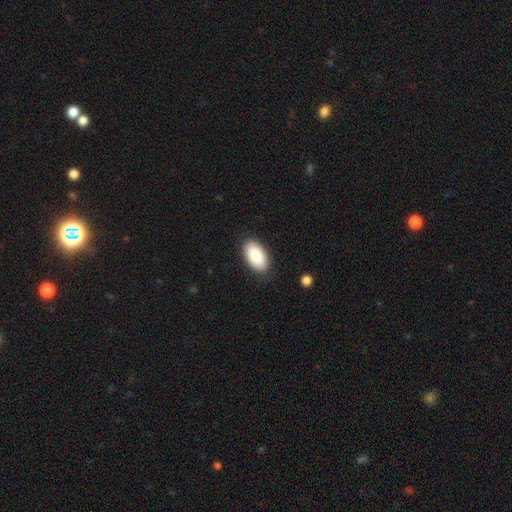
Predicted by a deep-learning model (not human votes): Morphology: type=smooth (89%); roundness=in between (96%); merging=none (86%).